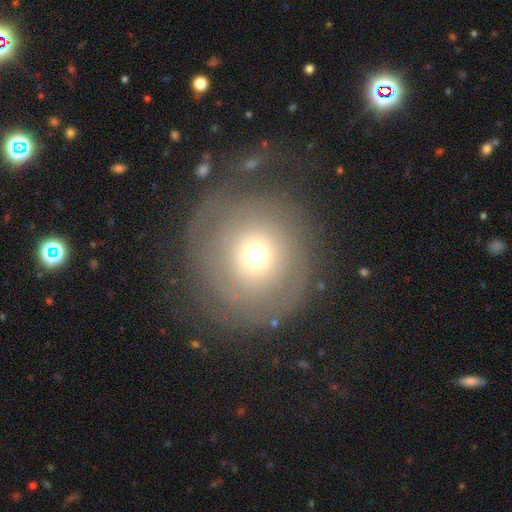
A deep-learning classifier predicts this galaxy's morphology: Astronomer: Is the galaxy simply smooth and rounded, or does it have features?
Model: smooth — 48% (runner-up: featured or disk, 40%).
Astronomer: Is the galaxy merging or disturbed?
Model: none — 60%.